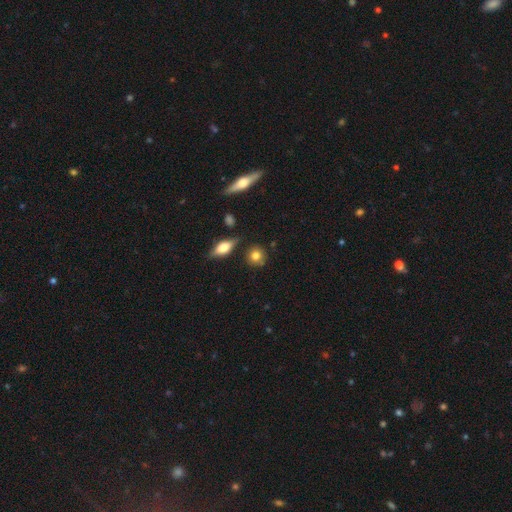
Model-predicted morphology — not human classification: type=smooth (79%); roundness=round (83%); merging=none (79%).